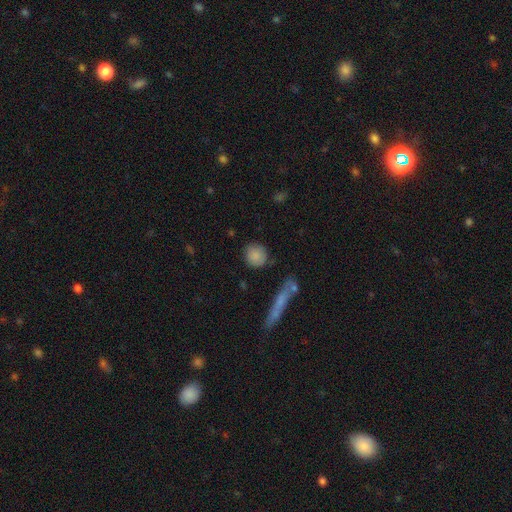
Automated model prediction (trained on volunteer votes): Morphology: type=smooth (85%); roundness=round (85%); merging=none (81%).